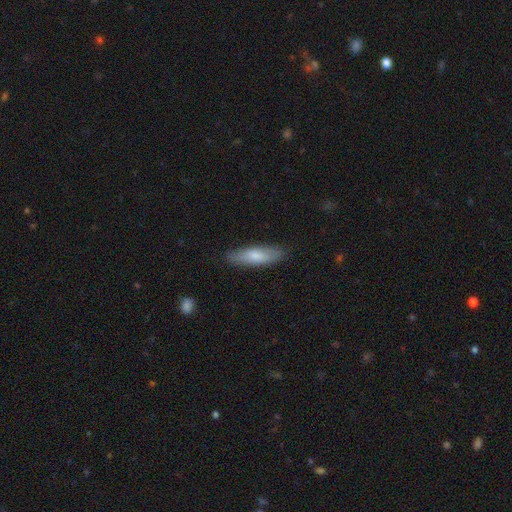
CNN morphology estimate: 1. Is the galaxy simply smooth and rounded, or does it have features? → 74% smooth, 20% featured or disk, 5% star or artifact.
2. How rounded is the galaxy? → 61% cigar-shaped, 37% in between, 2% round.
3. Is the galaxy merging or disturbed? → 83% none, 13% minor disturbance, 2% major disturbance, 1% merger.